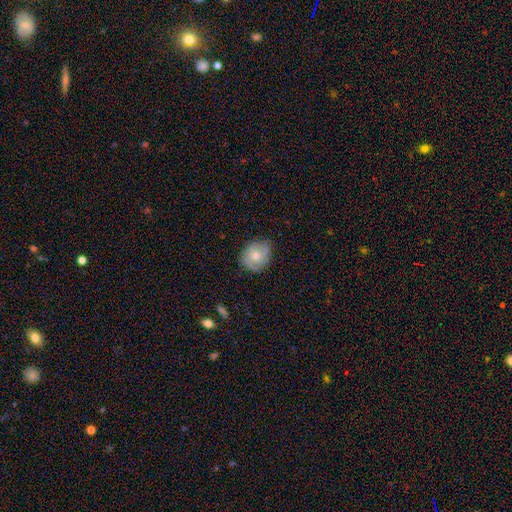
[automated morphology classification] Smooth or featured? Predicted: smooth (p=0.63). How rounded? Predicted: round (p=0.69). Merging? Predicted: none (p=0.71).